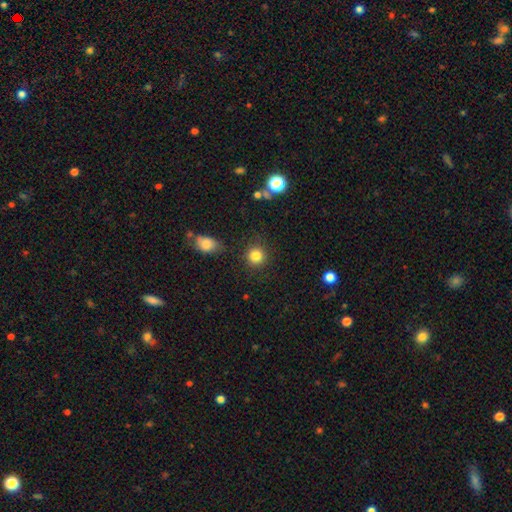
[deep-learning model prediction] Smooth or featured? smooth (84%)
How rounded? round (91%)
Merging? none (87%)